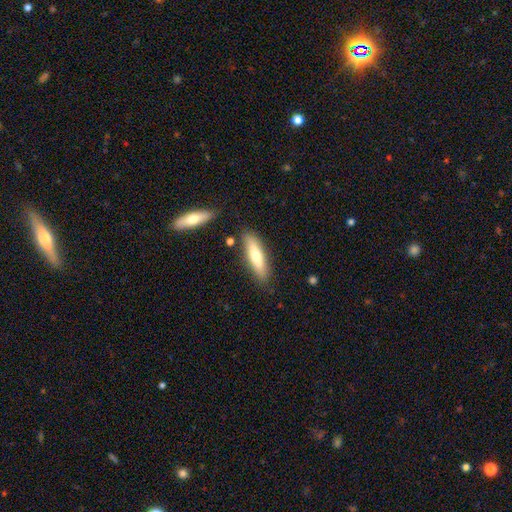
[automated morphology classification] Smooth or featured?
  - smooth: 62% *
  - featured or disk: 31%
  - star or artifact: 6%
How rounded?
  - cigar-shaped: 70% *
  - in between: 28%
  - round: 2%
Merging?
  - none: 81% *
  - minor disturbance: 11%
  - merger: 5%
  - major disturbance: 3%